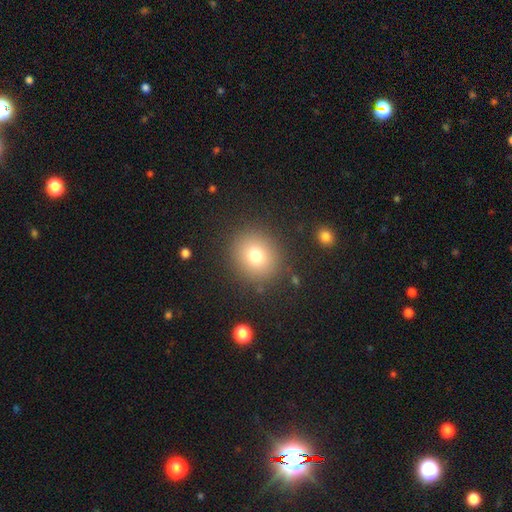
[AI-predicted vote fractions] Q: Smooth or featured?
A: smooth (76%); runner-up: star or artifact (13%)
Q: How rounded?
A: round (81%); runner-up: in between (18%)
Q: Merging?
A: none (87%); runner-up: minor disturbance (8%)